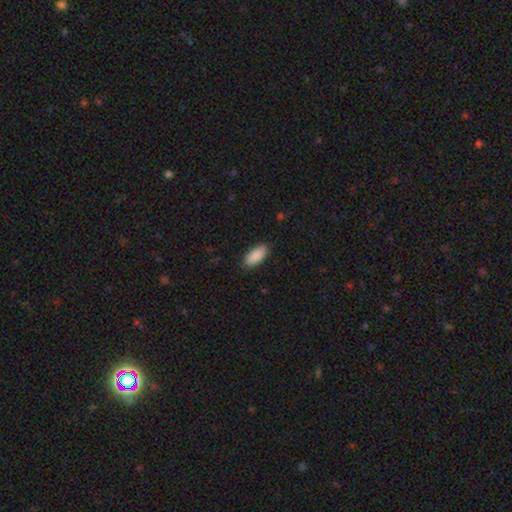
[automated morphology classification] Smooth or featured? Predicted: smooth (p=0.90). How rounded? Predicted: in between (p=0.86). Merging? Predicted: none (p=0.87).